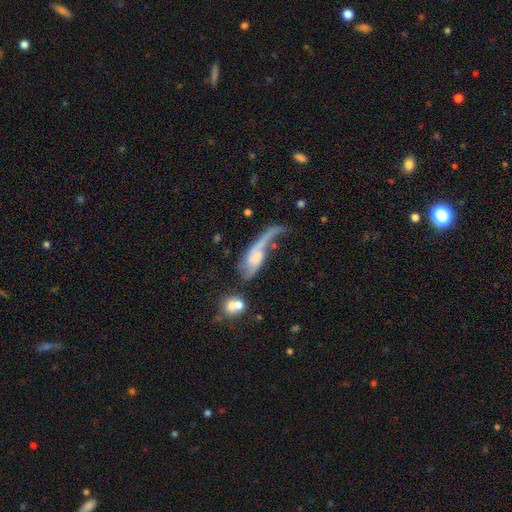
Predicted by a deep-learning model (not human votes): A featured or disk galaxy (67%) with no bar (61%), spiral arms (79%) and no central bulge (37%).

Vote fractions:
- Smooth or featured? featured or disk: 67% / smooth: 25% / star or artifact: 8%
- Edge-on disk? no: 85% / yes: 15%
- Bar? no: 61% / weak: 29% / strong: 10%
- Spiral arms? yes: 79% / no: 21%
- Bulge size? none: 37% / small: 28% / moderate: 22% / large: 9% / dominant: 4%
- Merging? major disturbance: 42% / none: 22% / merger: 18% / minor disturbance: 18%